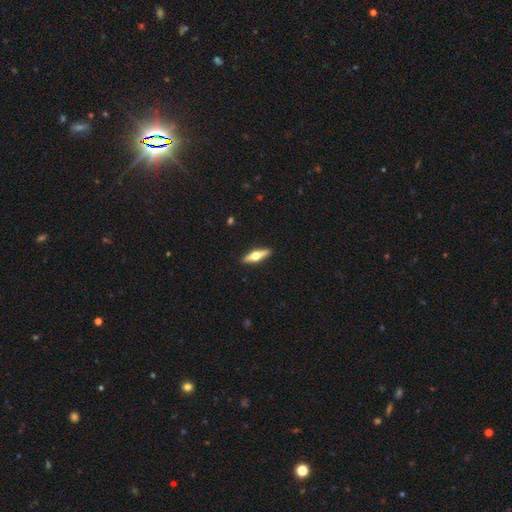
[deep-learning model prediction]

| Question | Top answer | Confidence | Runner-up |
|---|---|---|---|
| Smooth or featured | featured or disk | 60% | smooth (34%) |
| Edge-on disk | yes | 95% | no (5%) |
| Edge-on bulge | rounded | 96% | boxy (2%) |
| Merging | none | 91% | minor disturbance (6%) |